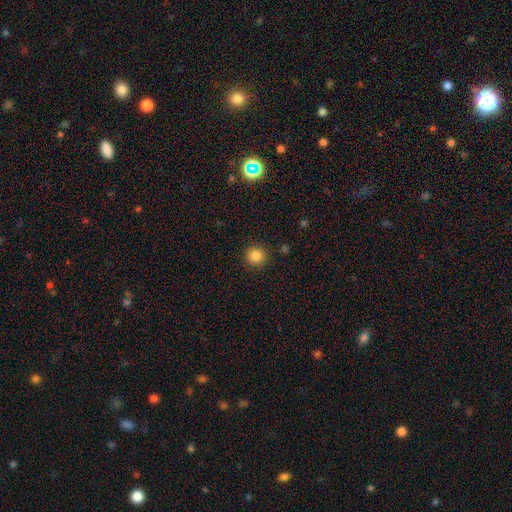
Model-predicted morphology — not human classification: Smooth or featured: smooth — 83% (star or artifact — 12%)
How rounded: round — 95% (in between — 5%)
Merging: none — 91% (minor disturbance — 6%)